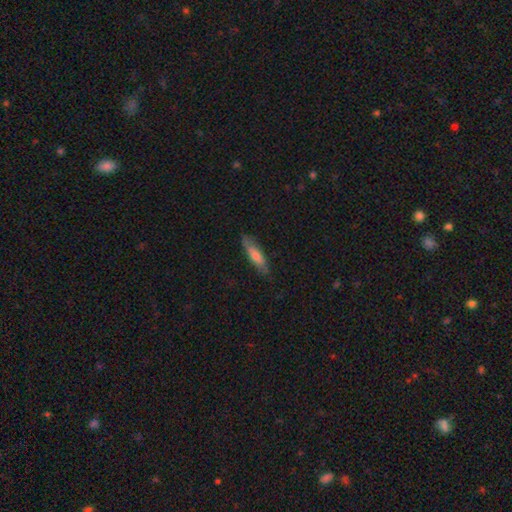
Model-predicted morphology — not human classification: Q: Smooth or featured?
A: smooth (63%); runner-up: featured or disk (31%)
Q: How rounded?
A: cigar-shaped (70%); runner-up: in between (29%)
Q: Merging?
A: none (81%); runner-up: minor disturbance (15%)